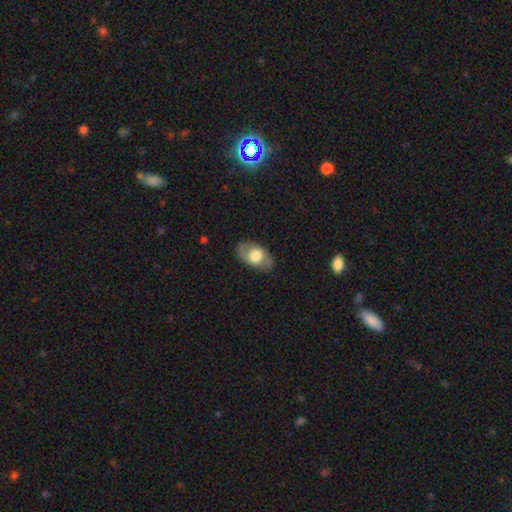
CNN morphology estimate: This is possibly a smooth galaxy (60%). How rounded: clearly in between (89%). Merging: clearly none (81%).